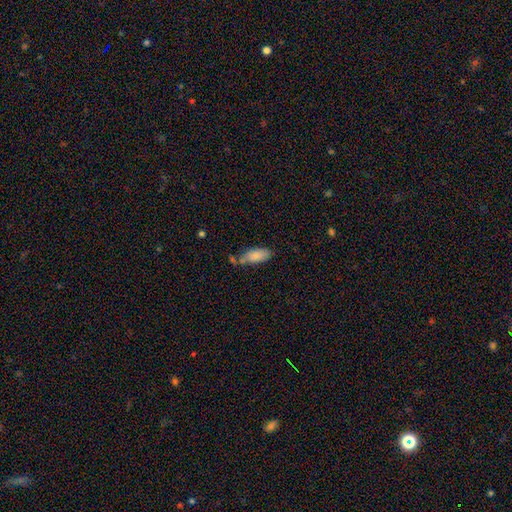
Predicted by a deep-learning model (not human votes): Q: Smooth or featured?
A: smooth (85%); runner-up: featured or disk (8%)
Q: How rounded?
A: in between (82%); runner-up: cigar-shaped (16%)
Q: Merging?
A: none (55%); runner-up: minor disturbance (23%)